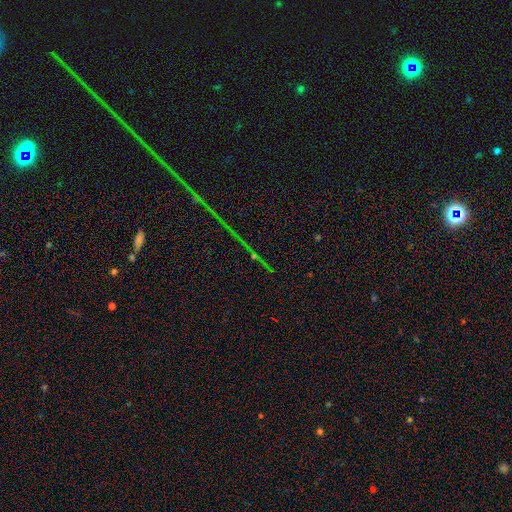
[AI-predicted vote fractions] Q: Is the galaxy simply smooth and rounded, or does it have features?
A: star or artifact — 84%.